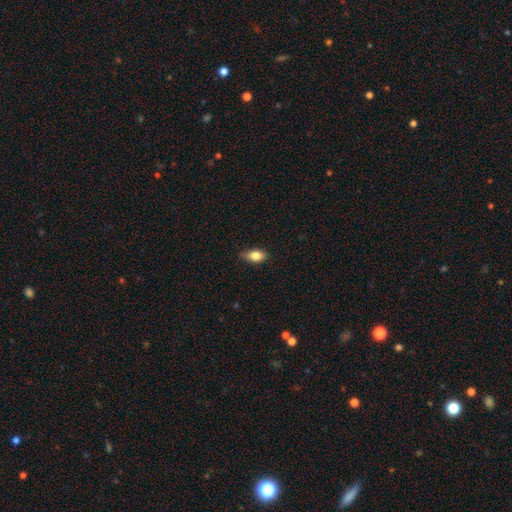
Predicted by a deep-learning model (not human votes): Smooth or featured? Predicted: smooth (p=0.80). How rounded? Predicted: in between (p=0.86). Merging? Predicted: none (p=0.78).